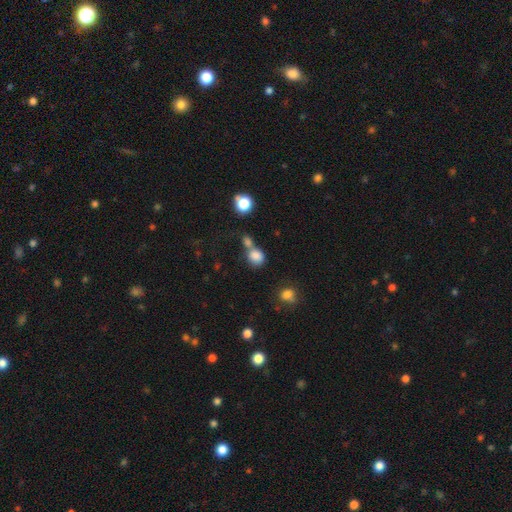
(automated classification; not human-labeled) smooth-or-featured: smooth: 81% | star or artifact: 12% | featured or disk: 6%
  how-rounded: round: 75% | in between: 24% | cigar-shaped: 1%
  merging: none: 45% | merger: 39% | minor disturbance: 11% | major disturbance: 5%